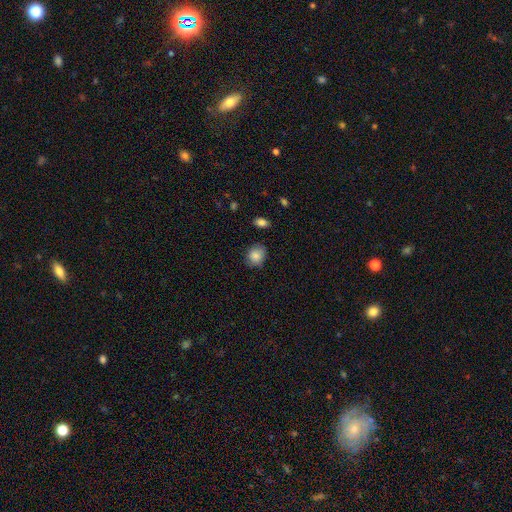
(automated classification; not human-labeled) This appears to be a smooth galaxy with no disk features (86%) that is round (65%). Merging: none (79%).